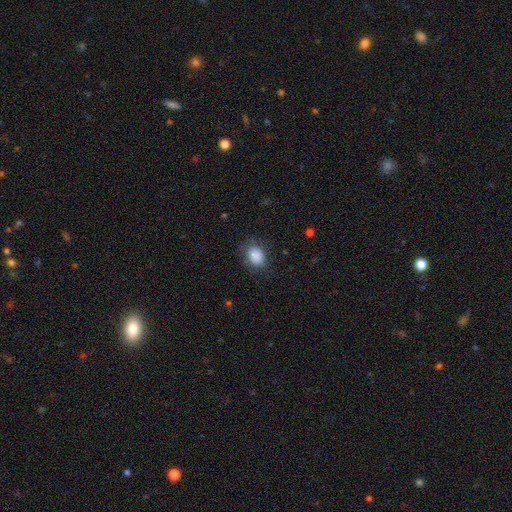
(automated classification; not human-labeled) smooth 87%, star or artifact 8%, featured or disk 5%. Down the decision tree: how rounded — in between (50%); merging — none (74%).